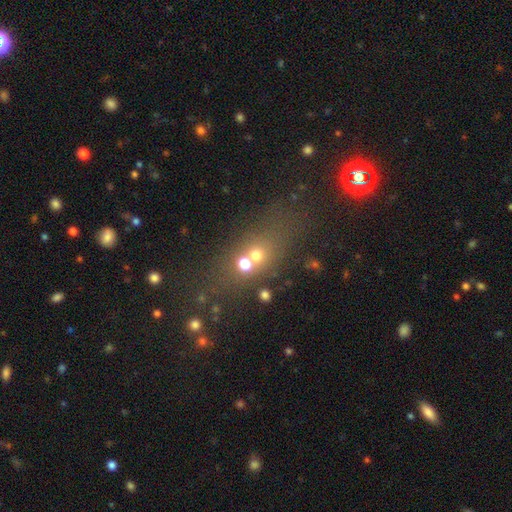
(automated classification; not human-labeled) Smooth or featured: smooth — 52% (star or artifact — 25%)
How rounded: round — 51% (in between — 40%)
Merging: none — 42% (merger — 40%)